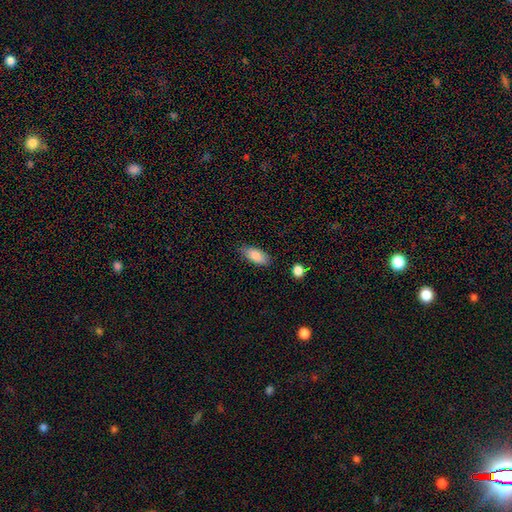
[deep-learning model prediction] smooth 84%, featured or disk 9%, star or artifact 7%. Down the decision tree: how rounded — in between (87%); merging — none (80%).